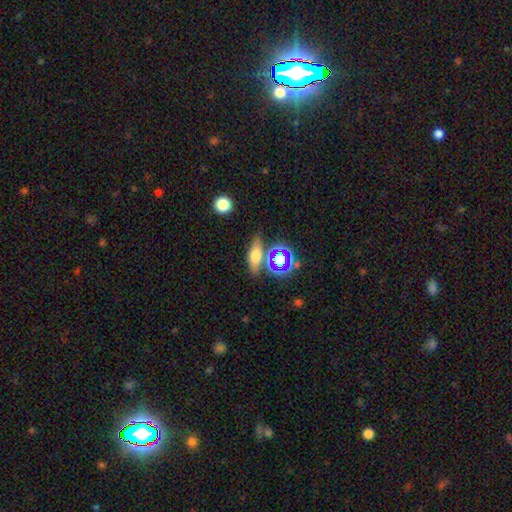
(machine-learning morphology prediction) smooth_or_featured: smooth (p=0.57) [alt: featured or disk p=0.23]
how_rounded: in between (p=0.54) [alt: cigar-shaped p=0.31]
merging: none (p=0.70) [alt: minor disturbance p=0.13]